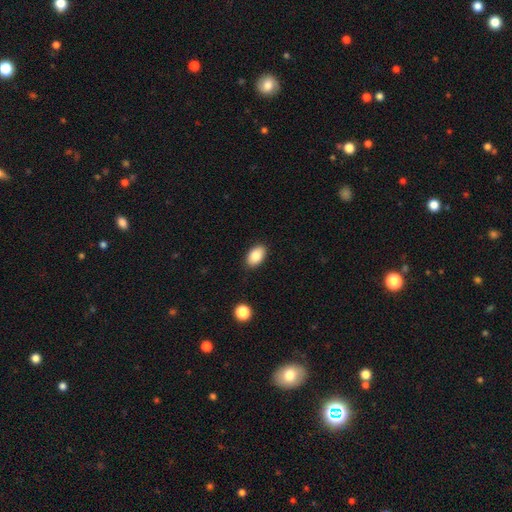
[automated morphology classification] smooth-or-featured: smooth: 85% | featured or disk: 8% | star or artifact: 8%
  how-rounded: in between: 91% | round: 7% | cigar-shaped: 1%
  merging: none: 89% | minor disturbance: 8% | major disturbance: 2% | merger: 1%